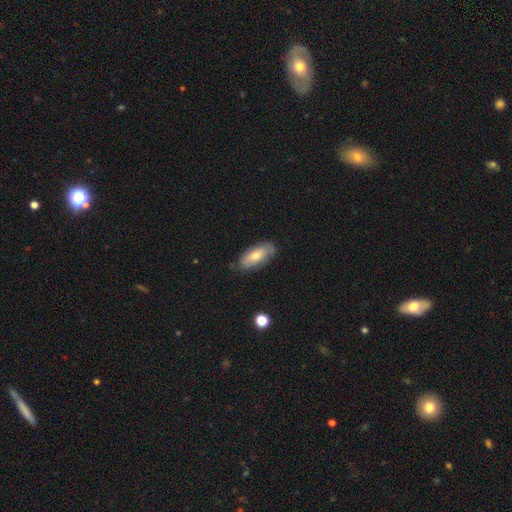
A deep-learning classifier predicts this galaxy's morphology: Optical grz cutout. It shows a smooth galaxy with no disk features (67%) that is in between round and cigar-shaped (86%). Merging: none (74%).